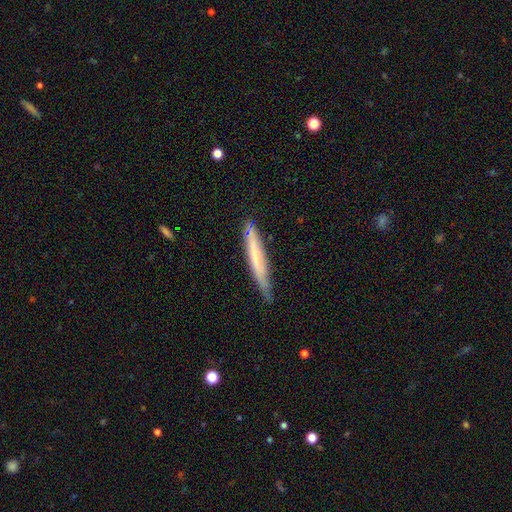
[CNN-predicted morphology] Smooth or featured? smooth (55%)
How rounded? cigar-shaped (94%)
Merging? none (72%)